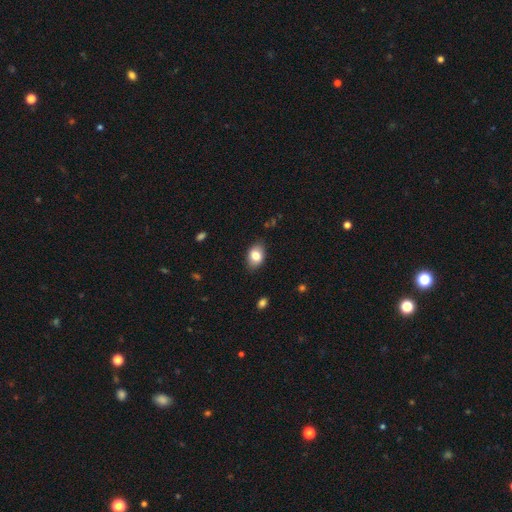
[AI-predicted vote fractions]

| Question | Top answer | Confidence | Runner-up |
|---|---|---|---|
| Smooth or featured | smooth | 81% | featured or disk (11%) |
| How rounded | in between | 83% | round (16%) |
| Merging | none | 84% | minor disturbance (12%) |